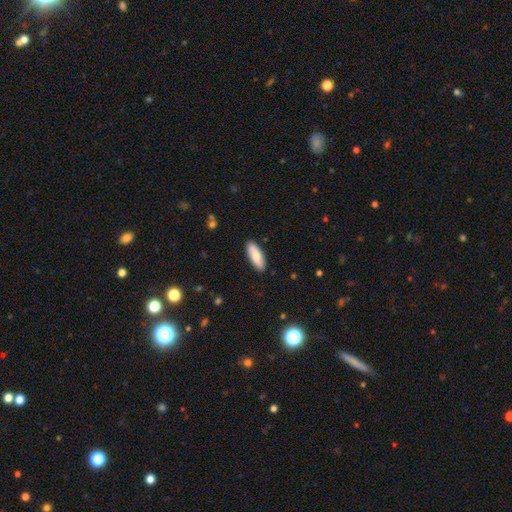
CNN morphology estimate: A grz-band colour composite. It shows a smooth galaxy with no disk features (80%) that is in between round and cigar-shaped (68%). Merging: none (89%).